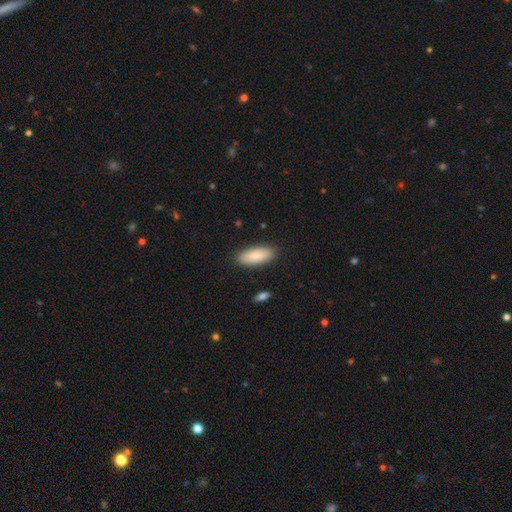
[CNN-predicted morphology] Overall: smooth (87%). How rounded: in between (78%). Merging: none (88%).